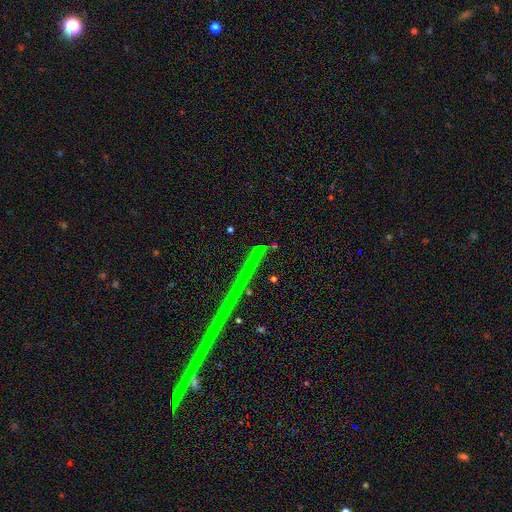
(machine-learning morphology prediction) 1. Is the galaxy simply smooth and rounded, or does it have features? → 75% star or artifact, 15% featured or disk, 10% smooth.